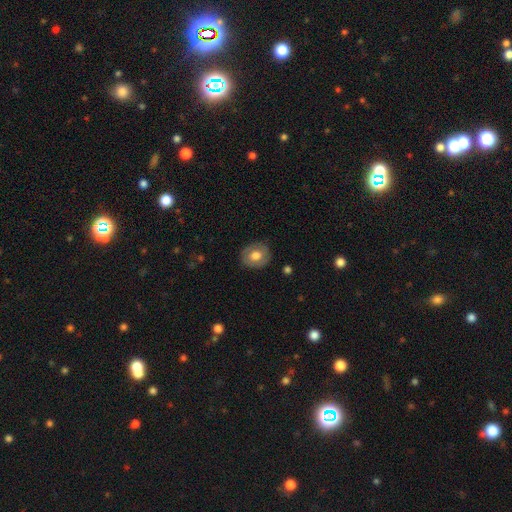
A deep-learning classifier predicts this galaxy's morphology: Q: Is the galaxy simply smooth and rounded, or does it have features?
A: smooth — 65%.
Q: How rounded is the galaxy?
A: round — 62%.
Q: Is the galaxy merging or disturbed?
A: none — 84%.